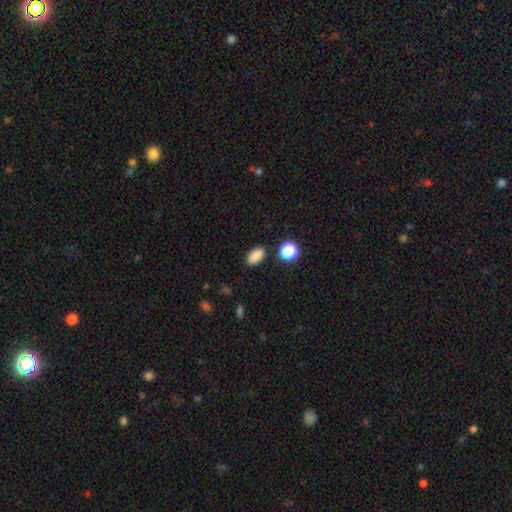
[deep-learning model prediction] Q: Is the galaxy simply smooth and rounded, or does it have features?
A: smooth — 85%.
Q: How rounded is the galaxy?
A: in between — 89%.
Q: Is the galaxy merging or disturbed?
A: none — 86%.